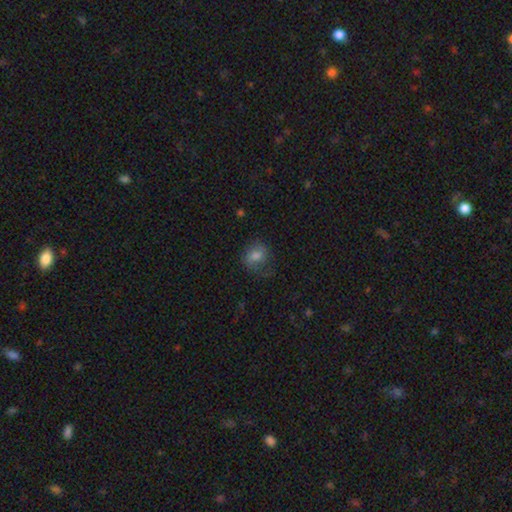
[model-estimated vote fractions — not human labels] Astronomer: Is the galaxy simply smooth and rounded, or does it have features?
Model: smooth — 69%.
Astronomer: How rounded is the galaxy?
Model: round — 50% (runner-up: in between, 48%).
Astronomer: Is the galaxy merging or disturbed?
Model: none — 58%.